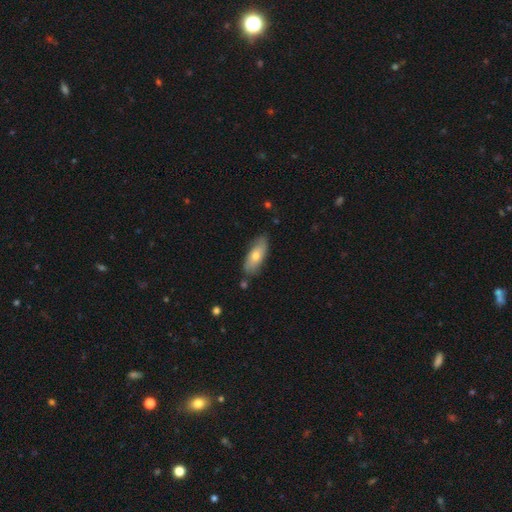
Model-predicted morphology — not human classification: A smooth galaxy with no disk features (64%) that is in between round and cigar-shaped (77%). Merging: none (77%).